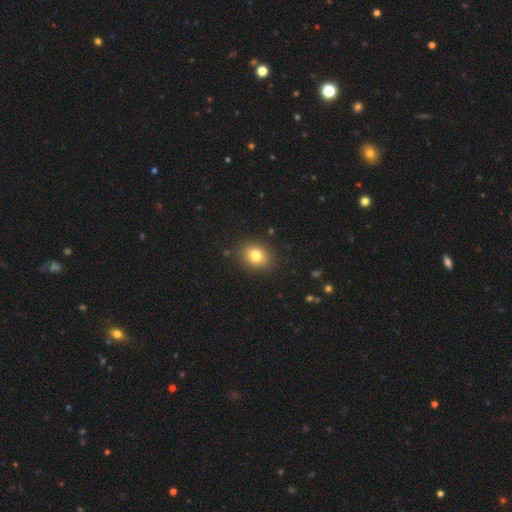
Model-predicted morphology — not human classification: A smooth galaxy with no disk features (79%) that is round (63%).

Vote fractions:
- Smooth or featured? smooth: 79% / star or artifact: 12% / featured or disk: 9%
- How rounded? round: 63% / in between: 36% / cigar-shaped: 1%
- Merging? none: 88% / minor disturbance: 8% / major disturbance: 3% / merger: 1%